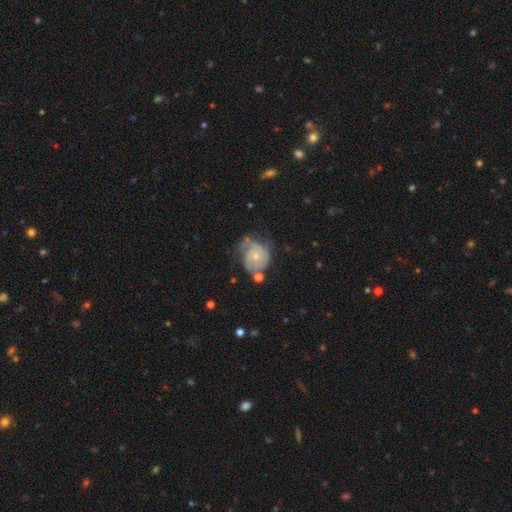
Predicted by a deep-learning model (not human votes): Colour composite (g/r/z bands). It shows a featured or disk galaxy (75%) with no bar (77%), 2 (41%) tight (59%) spiral arms (91%) and a small central bulge (60%). Merging: none (47%).